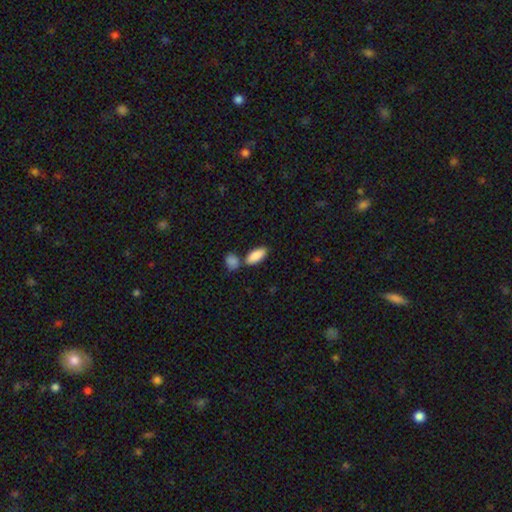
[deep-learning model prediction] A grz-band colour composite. It shows a smooth galaxy with no disk features (87%) that is in between round and cigar-shaped (84%). Merging: none (62%).